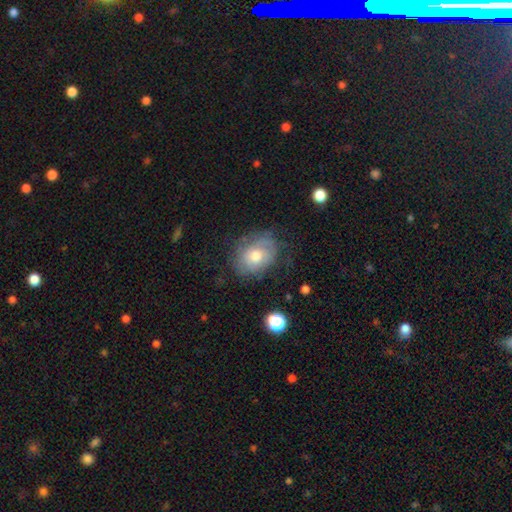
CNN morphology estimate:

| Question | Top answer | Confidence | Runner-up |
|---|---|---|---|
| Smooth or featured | smooth | 50% | featured or disk (41%) |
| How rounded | in between | 59% | round (40%) |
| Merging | none | 63% | minor disturbance (23%) |